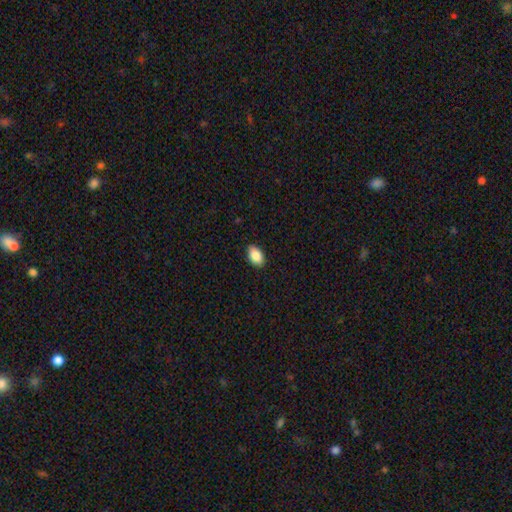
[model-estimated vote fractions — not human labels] This appears to be a smooth galaxy with no disk features (87%) that is in between round and cigar-shaped (92%). Merging: none (89%).